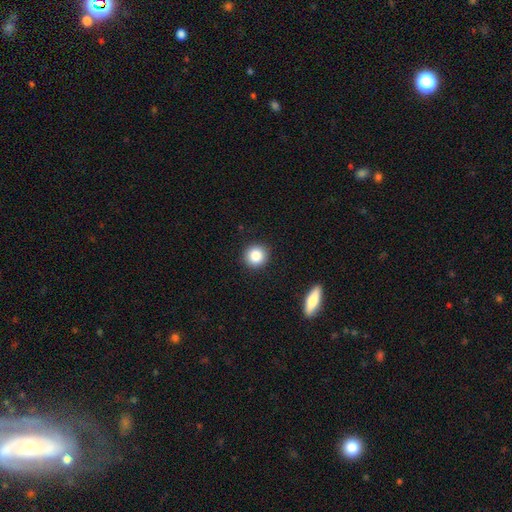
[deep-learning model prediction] Q: Smooth or featured?
A: smooth (86%); runner-up: star or artifact (9%)
Q: How rounded?
A: round (93%); runner-up: in between (6%)
Q: Merging?
A: none (91%); runner-up: minor disturbance (6%)